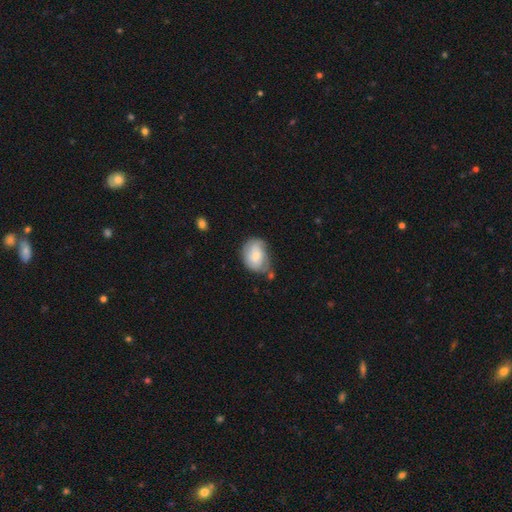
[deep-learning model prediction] smooth_or_featured: smooth (p=0.52) [alt: featured or disk p=0.41]
how_rounded: in between (p=0.71) [alt: round p=0.27]
merging: none (p=0.47) [alt: minor disturbance p=0.33]